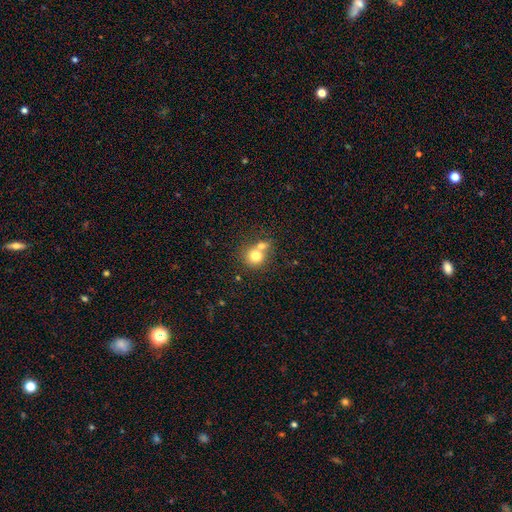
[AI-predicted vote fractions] smooth_or_featured: smooth (p=0.74) [alt: featured or disk p=0.15]
how_rounded: round (p=0.82) [alt: in between p=0.17]
merging: merger (p=0.51) [alt: none p=0.38]